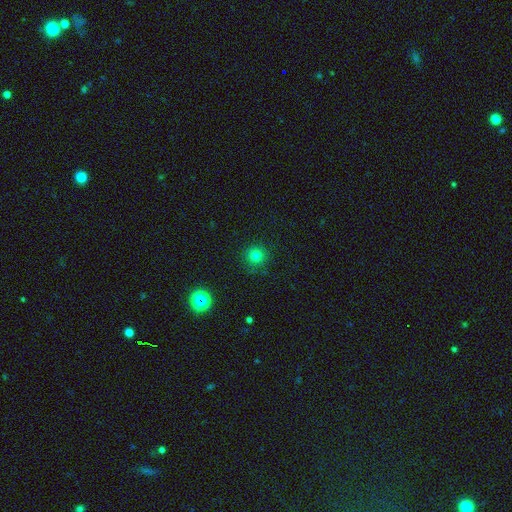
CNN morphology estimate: Smooth or featured: smooth — 78% (star or artifact — 16%)
How rounded: round — 95% (in between — 4%)
Merging: none — 89% (minor disturbance — 7%)